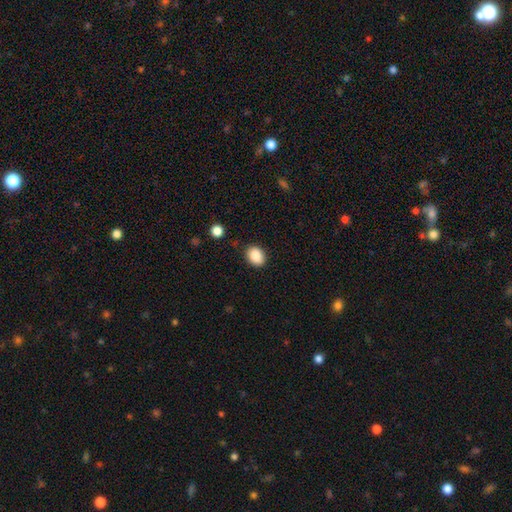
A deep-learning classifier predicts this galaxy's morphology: A smooth galaxy with no disk features (88%) that is in between round and cigar-shaped (62%).

Vote fractions:
- Smooth or featured? smooth: 88% / star or artifact: 8% / featured or disk: 3%
- How rounded? in between: 62% / round: 37% / cigar-shaped: 1%
- Merging? none: 85% / minor disturbance: 10% / major disturbance: 3% / merger: 2%